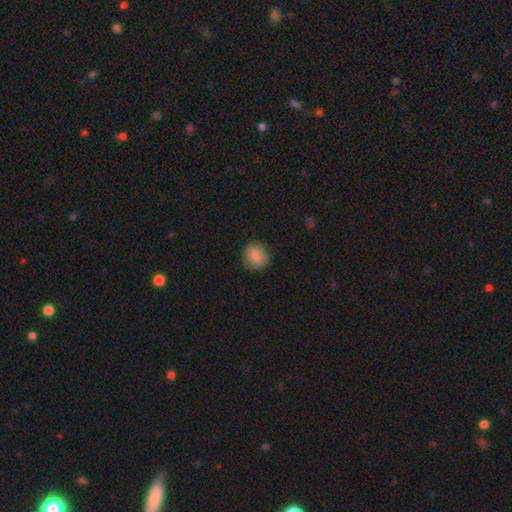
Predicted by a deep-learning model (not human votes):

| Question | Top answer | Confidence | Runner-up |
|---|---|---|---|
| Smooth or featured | smooth | 83% | featured or disk (9%) |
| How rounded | round | 86% | in between (13%) |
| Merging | none | 85% | minor disturbance (11%) |